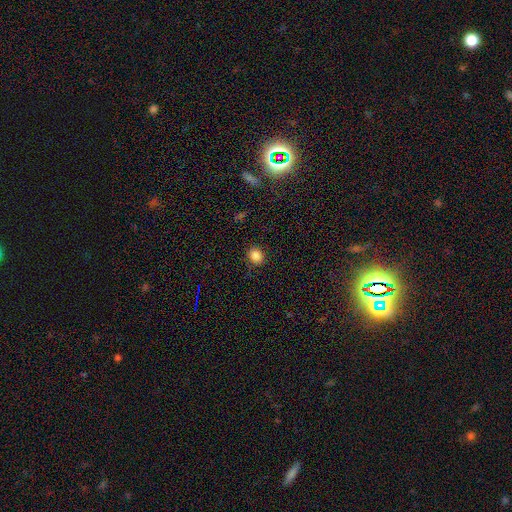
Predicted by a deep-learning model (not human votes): Smooth or featured? Predicted: smooth (p=0.84). How rounded? Predicted: round (p=0.56). Merging? Predicted: none (p=0.84).